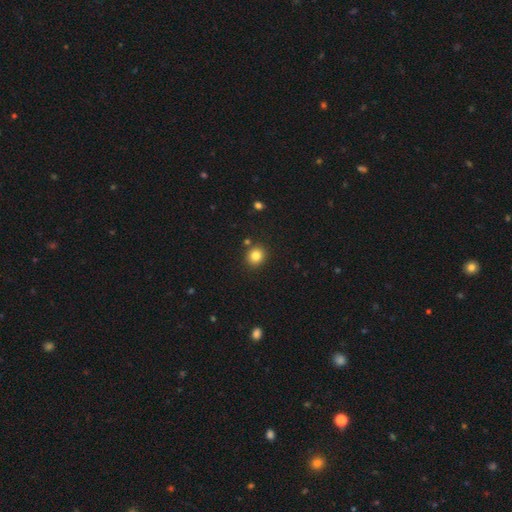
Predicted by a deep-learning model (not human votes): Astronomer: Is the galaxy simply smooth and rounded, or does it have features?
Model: smooth — 83%.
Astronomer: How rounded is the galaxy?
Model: round — 80%.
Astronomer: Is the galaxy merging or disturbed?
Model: none — 86%.